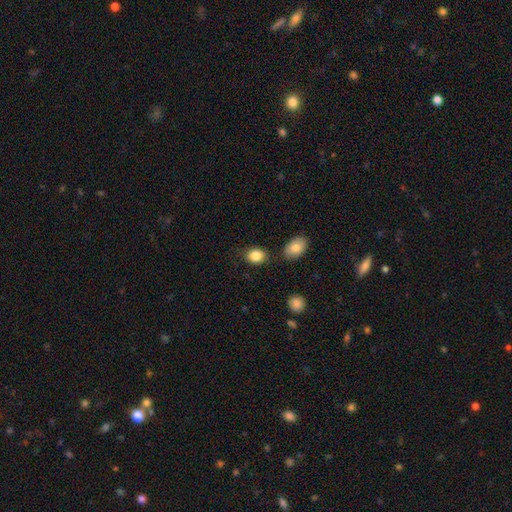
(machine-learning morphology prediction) This appears to be a smooth galaxy with no disk features (85%) that is in between round and cigar-shaped (60%). Merging: none (76%).